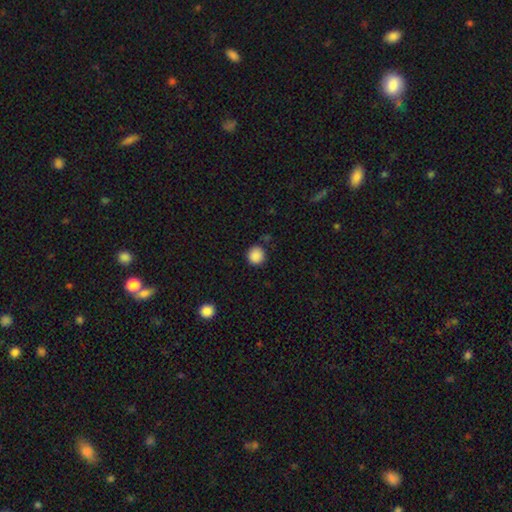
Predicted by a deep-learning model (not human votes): Smooth or featured: smooth — 88% (star or artifact — 10%)
How rounded: round — 94% (in between — 5%)
Merging: none — 86% (minor disturbance — 9%)